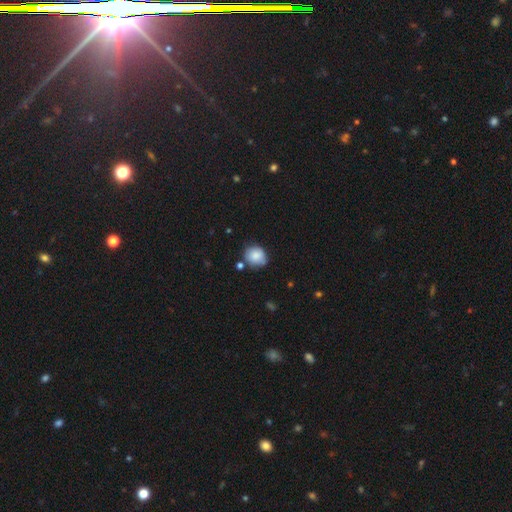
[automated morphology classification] smooth_or_featured: smooth (p=0.83) [alt: star or artifact p=0.09]
how_rounded: round (p=0.76) [alt: in between p=0.23]
merging: none (p=0.67) [alt: minor disturbance p=0.21]